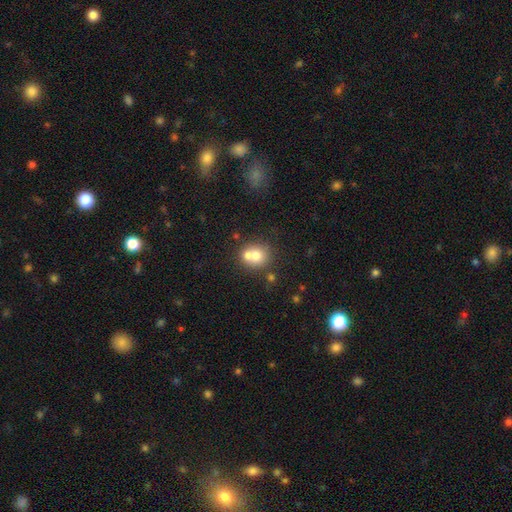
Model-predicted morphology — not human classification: type=smooth (70%); roundness=round (79%); merging=merger (49%).